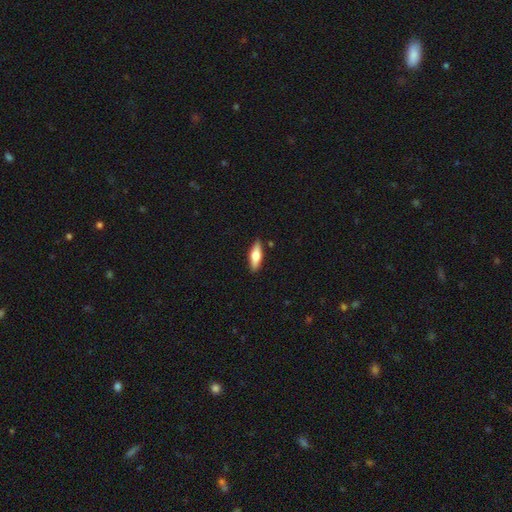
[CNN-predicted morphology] Smooth or featured? Predicted: smooth (p=0.59). How rounded? Predicted: in between (p=0.52). Merging? Predicted: none (p=0.87).